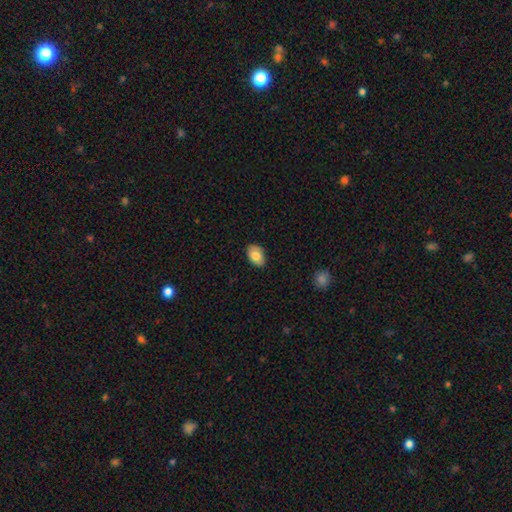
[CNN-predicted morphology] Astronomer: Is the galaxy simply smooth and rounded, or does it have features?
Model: smooth — 80%.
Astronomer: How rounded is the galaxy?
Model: in between — 86%.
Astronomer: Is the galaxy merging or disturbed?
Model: none — 86%.